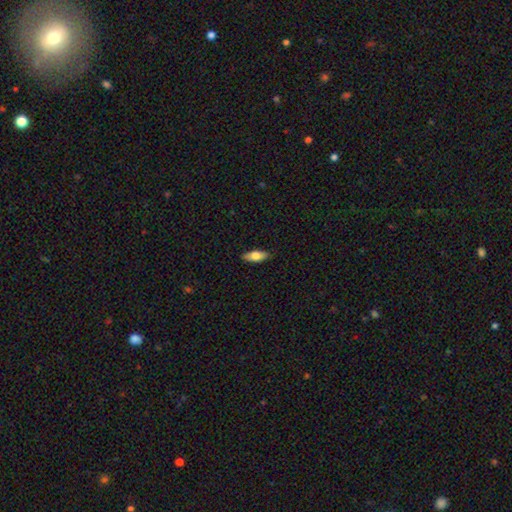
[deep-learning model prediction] Smooth or featured?
  - smooth: 70% *
  - featured or disk: 24%
  - star or artifact: 6%
How rounded?
  - in between: 78% *
  - cigar-shaped: 19%
  - round: 3%
Merging?
  - none: 88% *
  - minor disturbance: 9%
  - major disturbance: 2%
  - merger: 1%